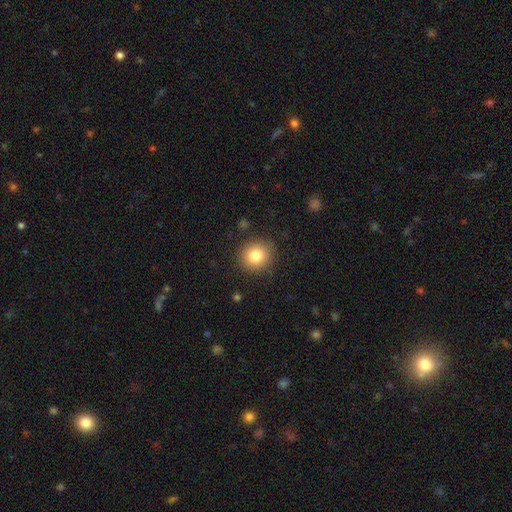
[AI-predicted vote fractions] Q: Smooth or featured?
A: smooth (83%); runner-up: star or artifact (10%)
Q: How rounded?
A: round (85%); runner-up: in between (14%)
Q: Merging?
A: none (88%); runner-up: minor disturbance (8%)